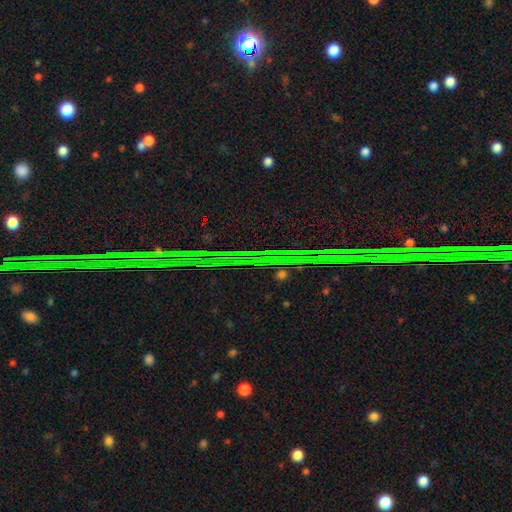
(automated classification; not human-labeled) This appears to be a star or artifact, not a galaxy (85%).